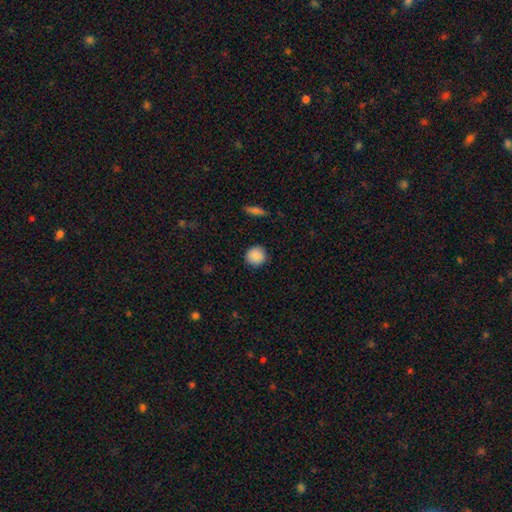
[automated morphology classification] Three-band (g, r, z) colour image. It shows a smooth galaxy with no disk features (89%) that is round (93%). Merging: none (90%).